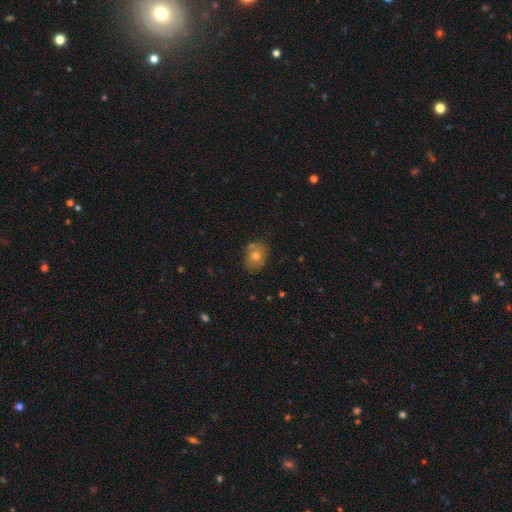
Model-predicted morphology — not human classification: smooth 68%, featured or disk 21%, star or artifact 11%. Down the decision tree: how rounded — in between (57%); merging — none (78%).